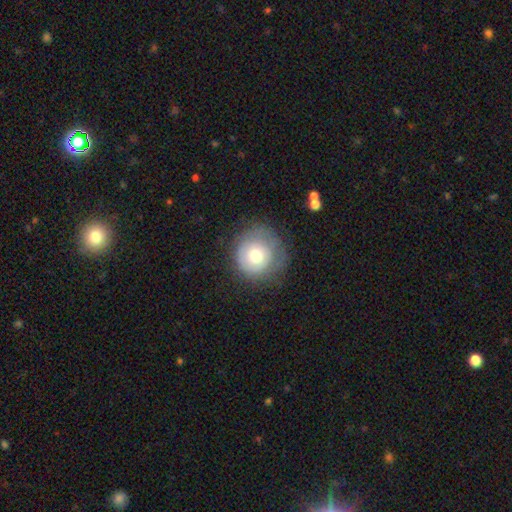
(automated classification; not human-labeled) Smooth or featured? Predicted: smooth (p=0.66). How rounded? Predicted: round (p=0.91). Merging? Predicted: none (p=0.63).